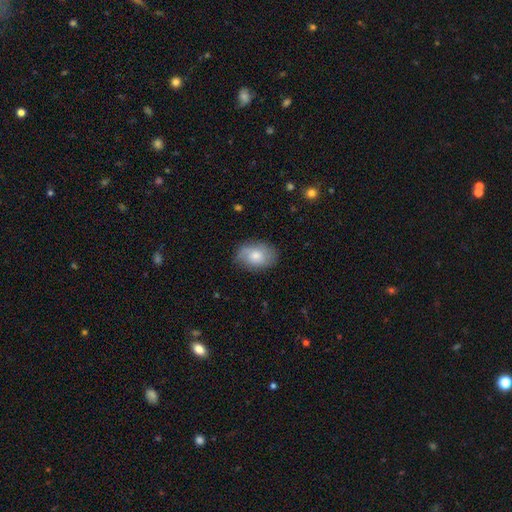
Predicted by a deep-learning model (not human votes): smooth-or-featured: smooth: 63% | featured or disk: 30% | star or artifact: 7%
  how-rounded: in between: 81% | round: 18% | cigar-shaped: 1%
  merging: none: 75% | minor disturbance: 19% | major disturbance: 5% | merger: 1%